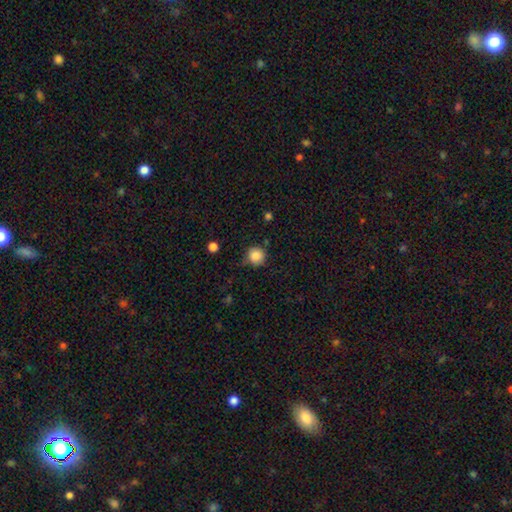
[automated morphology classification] This appears to be a smooth galaxy with no disk features (86%) that is round (93%). Merging: none (76%).